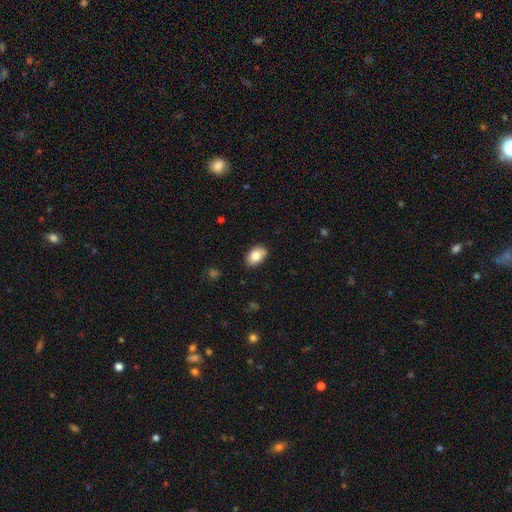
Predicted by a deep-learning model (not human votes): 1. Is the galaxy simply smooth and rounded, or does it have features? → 84% smooth, 9% featured or disk, 7% star or artifact.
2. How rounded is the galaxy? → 87% in between, 12% round, 1% cigar-shaped.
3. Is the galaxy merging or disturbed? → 84% none, 12% minor disturbance, 2% major disturbance, 1% merger.